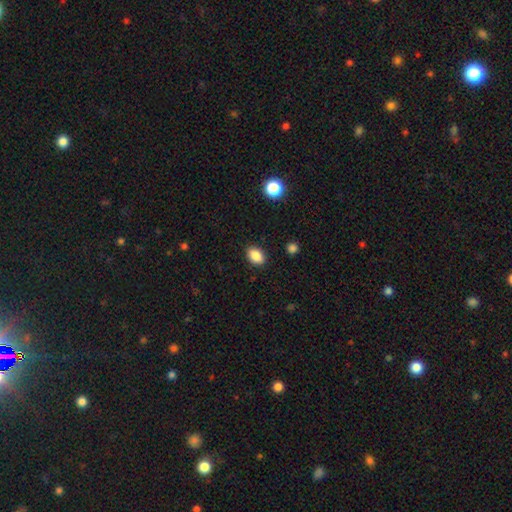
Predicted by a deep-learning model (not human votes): Overall: smooth (87%). How rounded: in between (84%). Merging: none (88%).